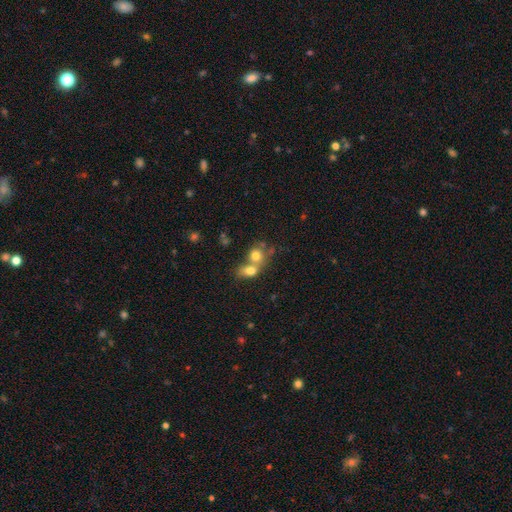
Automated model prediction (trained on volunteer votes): smooth-or-featured: smooth: 74% | featured or disk: 15% | star or artifact: 11%
  how-rounded: round: 66% | in between: 33% | cigar-shaped: 1%
  merging: merger: 66% | none: 25% | minor disturbance: 6% | major disturbance: 3%